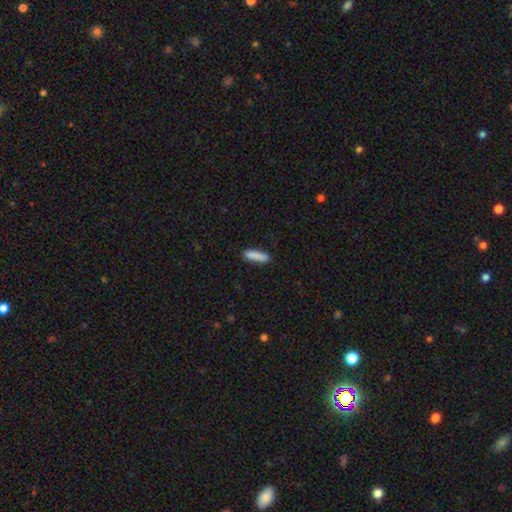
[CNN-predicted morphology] A smooth galaxy with no disk features (88%) that is cigar-shaped (64%).

Vote fractions:
- Smooth or featured? smooth: 88% / star or artifact: 6% / featured or disk: 6%
- How rounded? cigar-shaped: 64% / in between: 34% / round: 2%
- Merging? none: 86% / minor disturbance: 11% / major disturbance: 2% / merger: 1%